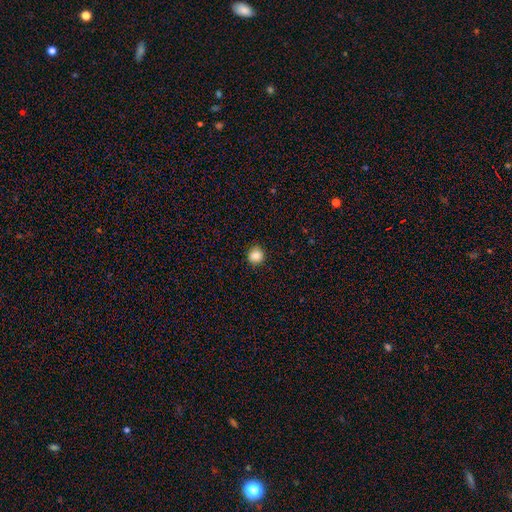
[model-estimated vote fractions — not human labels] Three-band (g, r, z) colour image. It shows a smooth galaxy with no disk features (85%) that is round (91%). Merging: none (89%).